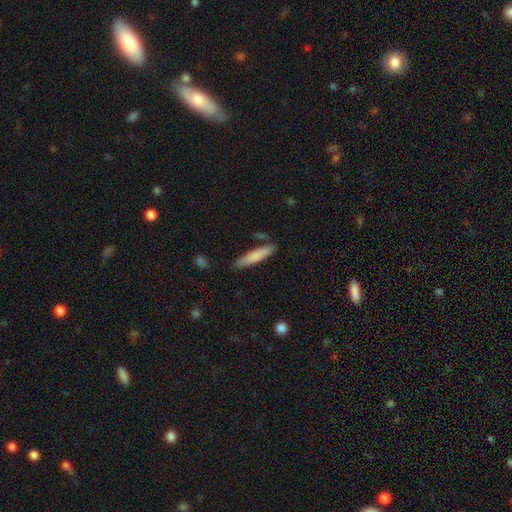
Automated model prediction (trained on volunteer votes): The model was most divided on "smooth or featured": smooth: 78%, featured or disk: 16%, star or artifact: 5%. More confident: how rounded — cigar-shaped (86%); merging — none (83%).